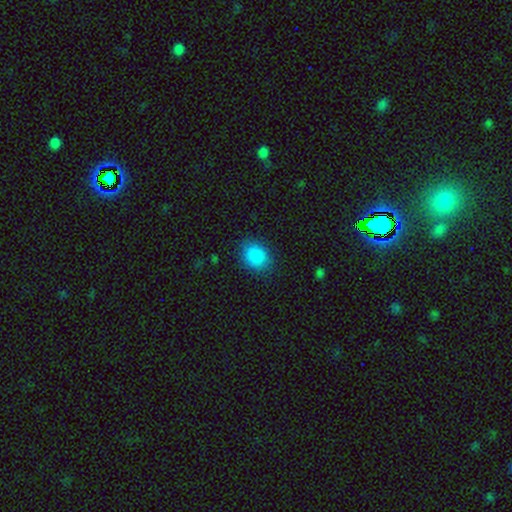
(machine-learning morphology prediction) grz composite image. It shows a smooth galaxy with no disk features (88%) that is round (54%). Merging: none (84%).